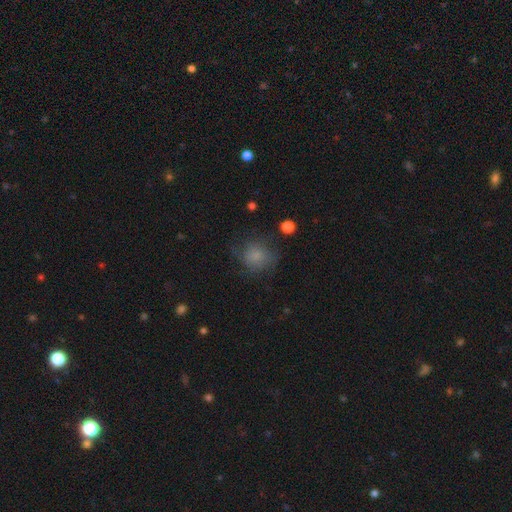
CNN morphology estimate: Smooth or featured: smooth — 76% (star or artifact — 12%)
How rounded: round — 79% (in between — 20%)
Merging: none — 62% (minor disturbance — 23%)